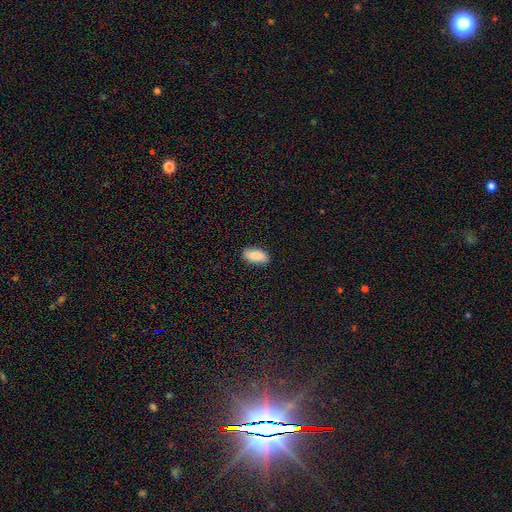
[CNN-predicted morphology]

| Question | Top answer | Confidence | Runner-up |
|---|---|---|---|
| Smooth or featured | smooth | 86% | featured or disk (7%) |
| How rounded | in between | 88% | cigar-shaped (10%) |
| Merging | none | 86% | minor disturbance (11%) |